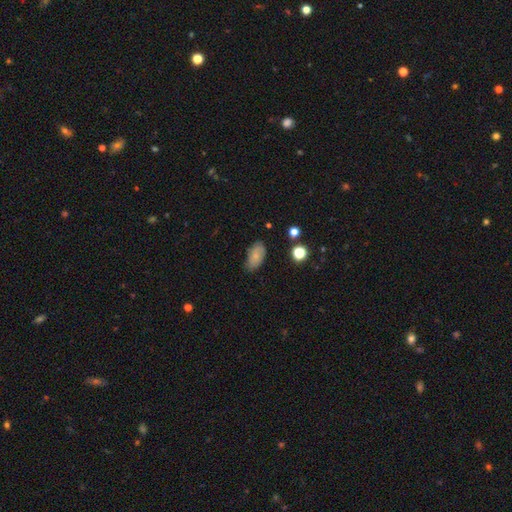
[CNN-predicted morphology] Smooth or featured? smooth (77%)
How rounded? in between (92%)
Merging? none (74%)